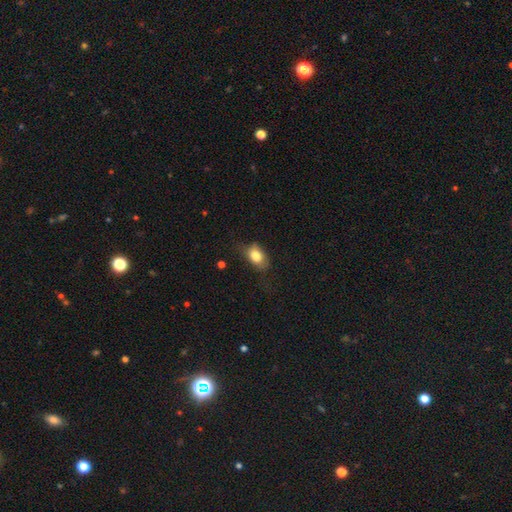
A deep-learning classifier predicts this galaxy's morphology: Overall: smooth (81%). How rounded: in between (82%). Merging: none (61%; minor disturbance 26%).